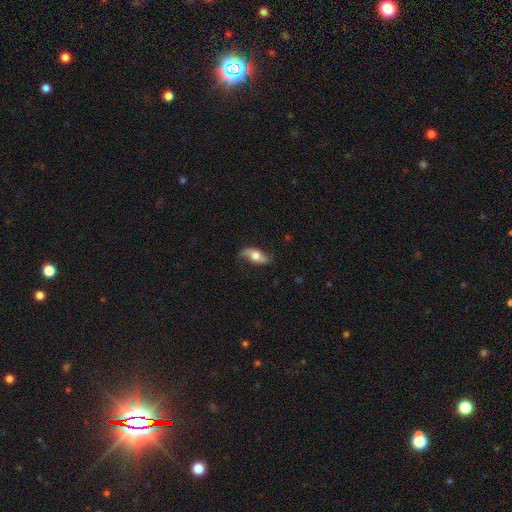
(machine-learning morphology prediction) Smooth or featured? Predicted: featured or disk (p=0.64). Edge-on disk? Predicted: no (p=0.86). Bar? Predicted: no (p=0.64). Spiral arms? Predicted: yes (p=0.89). Bulge size? Predicted: moderate (p=0.60). Merging? Predicted: none (p=0.70).